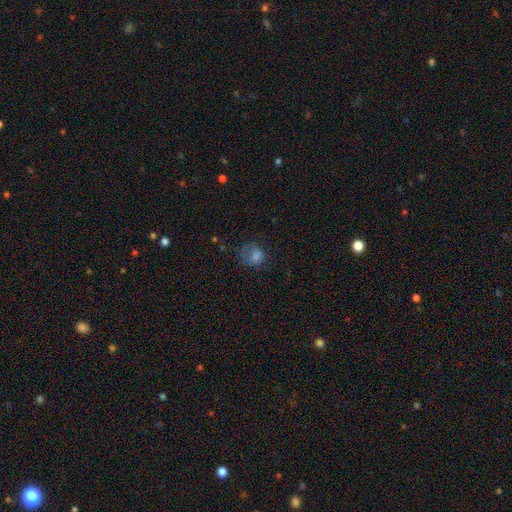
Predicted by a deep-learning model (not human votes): smooth 64%, featured or disk 18%, star or artifact 18%. Down the decision tree: how rounded — round (60%); merging — none (44%).